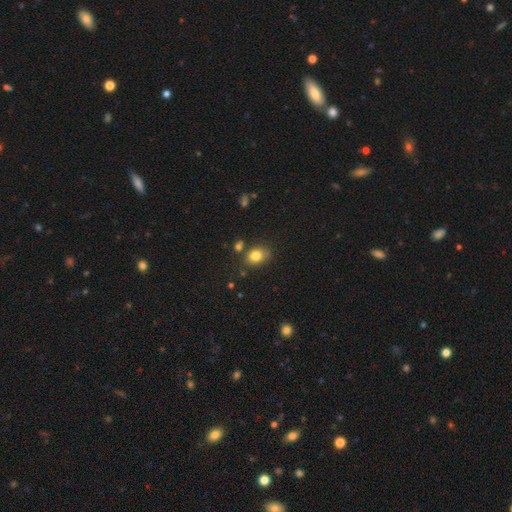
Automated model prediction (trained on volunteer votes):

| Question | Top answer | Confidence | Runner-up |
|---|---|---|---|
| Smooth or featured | smooth | 82% | star or artifact (11%) |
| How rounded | in between | 61% | round (38%) |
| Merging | none | 72% | minor disturbance (16%) |